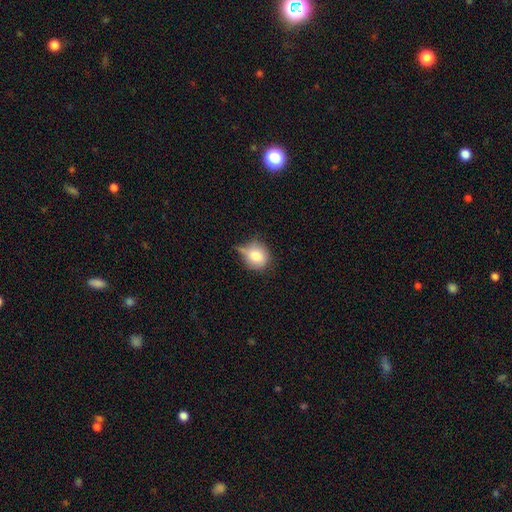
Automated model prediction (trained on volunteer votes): Overall: smooth (77%). How rounded: round (73%). Merging: none (46%; minor disturbance 36%).